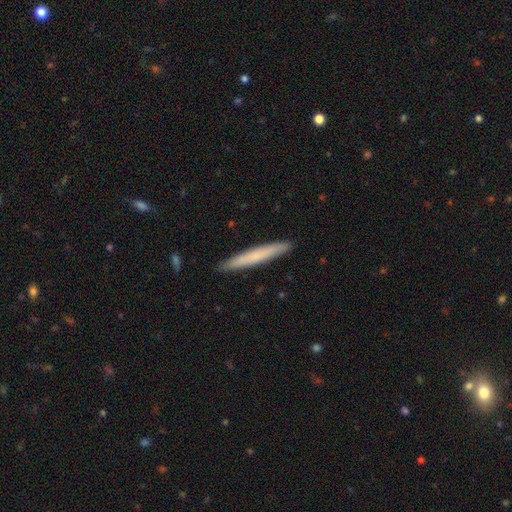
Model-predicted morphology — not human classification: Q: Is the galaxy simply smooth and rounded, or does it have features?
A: smooth — 67%.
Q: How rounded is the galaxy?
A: cigar-shaped — 96%.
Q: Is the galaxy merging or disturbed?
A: none — 91%.